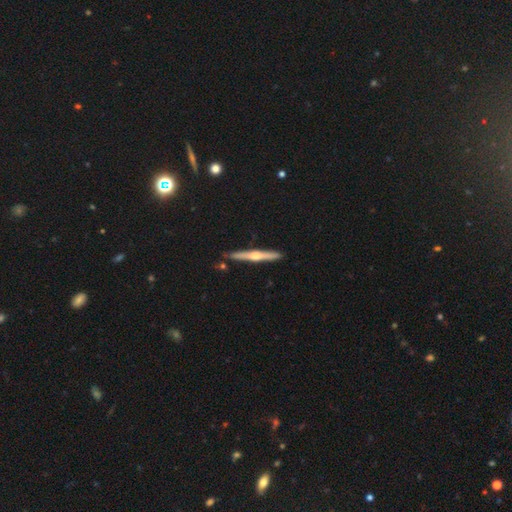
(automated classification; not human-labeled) The model was most divided on "smooth or featured": featured or disk: 72%, smooth: 22%, star or artifact: 5%. More confident: edge-on disk — yes (98%); merging — none (89%); edge-on bulge — rounded (86%).